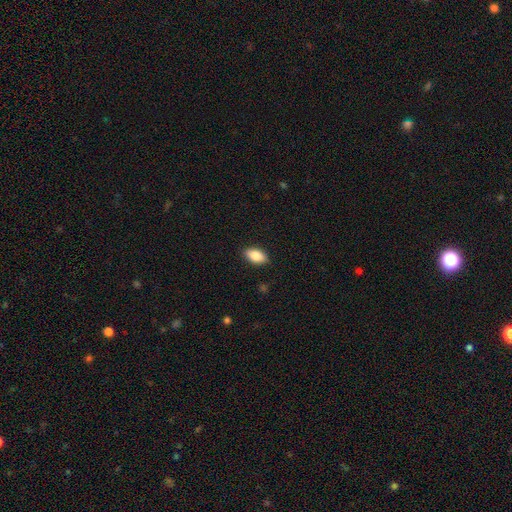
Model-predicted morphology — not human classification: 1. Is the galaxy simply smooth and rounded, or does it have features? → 85% smooth, 7% featured or disk, 7% star or artifact.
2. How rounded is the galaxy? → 91% in between, 5% round, 4% cigar-shaped.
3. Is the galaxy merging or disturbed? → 89% none, 8% minor disturbance, 2% major disturbance, 1% merger.